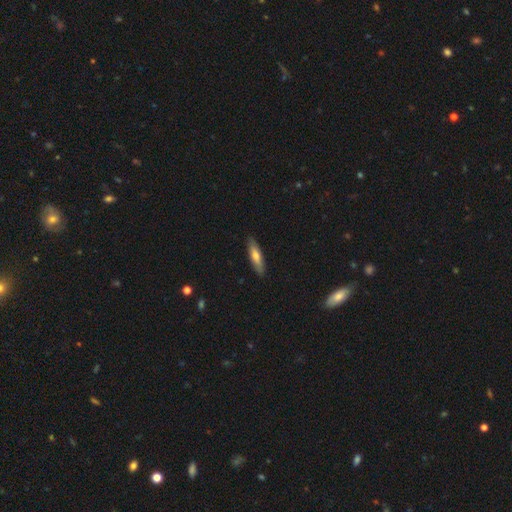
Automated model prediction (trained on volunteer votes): Smooth or featured? Predicted: smooth (p=0.64). How rounded? Predicted: cigar-shaped (p=0.67). Merging? Predicted: none (p=0.89).